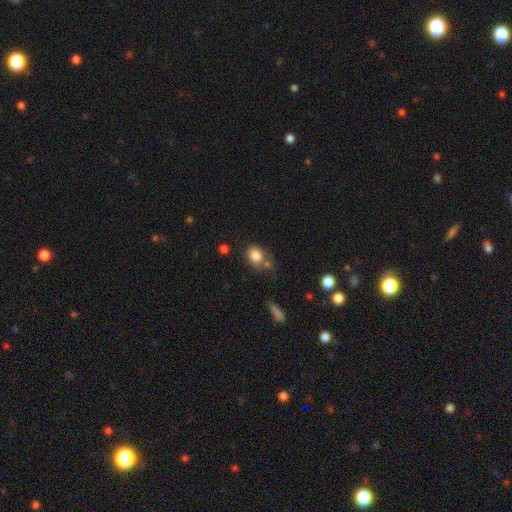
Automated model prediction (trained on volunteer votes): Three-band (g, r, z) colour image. It shows a smooth galaxy with no disk features (83%) that is round (52%). Merging: none (54%).